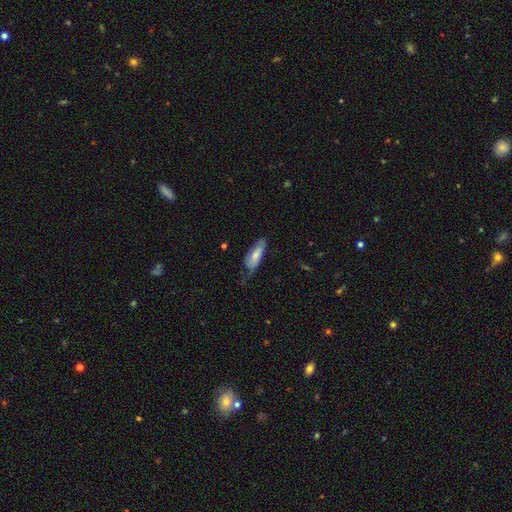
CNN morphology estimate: This is likely a smooth galaxy (64%). How rounded: likely in between (66%). Merging: marginally none (44%).